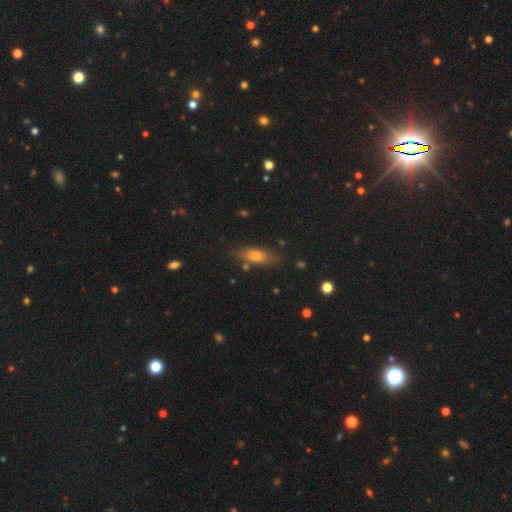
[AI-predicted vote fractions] A smooth galaxy with no disk features (65%) that is in between round and cigar-shaped (58%).

Vote fractions:
- Smooth or featured? smooth: 65% / featured or disk: 26% / star or artifact: 10%
- How rounded? in between: 58% / cigar-shaped: 37% / round: 4%
- Merging? none: 79% / minor disturbance: 14% / merger: 4% / major disturbance: 4%